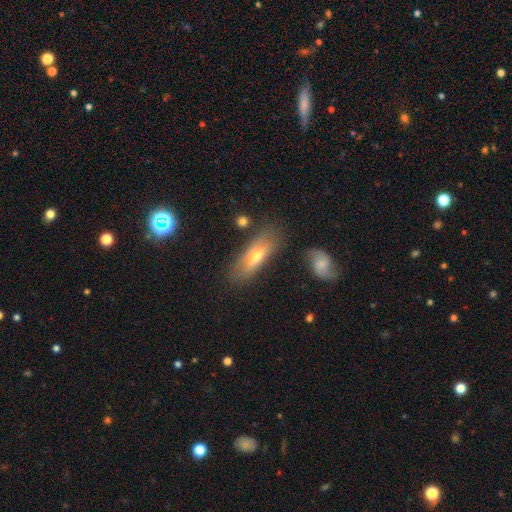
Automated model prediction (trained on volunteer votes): This is possibly a smooth galaxy (51%). How rounded: possibly in between (51%). Merging: likely none (77%).